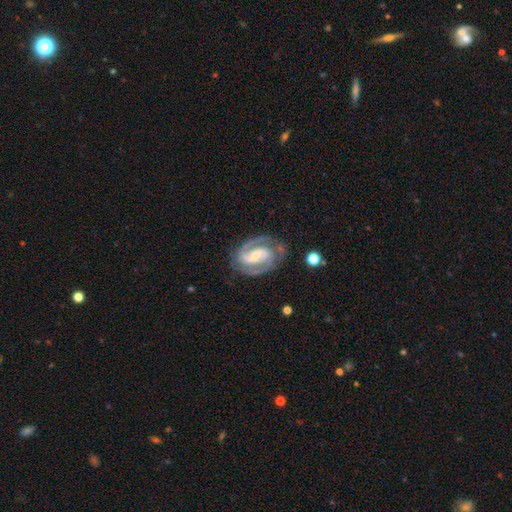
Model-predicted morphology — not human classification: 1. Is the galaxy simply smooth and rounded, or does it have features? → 91% featured or disk, 5% smooth, 4% star or artifact.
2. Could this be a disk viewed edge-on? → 98% no, 2% yes.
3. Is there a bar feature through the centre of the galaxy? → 41% weak, 35% strong, 25% no.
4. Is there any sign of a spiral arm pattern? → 98% yes, 2% no.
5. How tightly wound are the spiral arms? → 50% medium, 42% tight, 8% loose.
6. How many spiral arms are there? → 90% 2, 3% 3, 3% can't tell, 1% 1, 1% 4, 1% more than 4.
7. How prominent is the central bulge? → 55% small, 37% moderate, 4% none, 3% large, 1% dominant.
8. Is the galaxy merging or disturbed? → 78% none, 15% minor disturbance, 6% major disturbance, 2% merger.